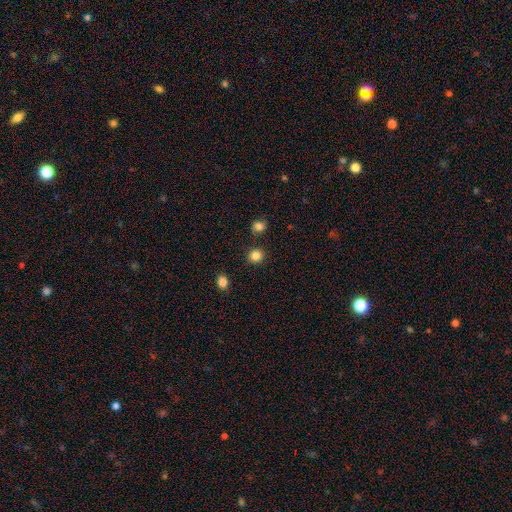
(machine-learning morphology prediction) smooth-or-featured: smooth: 84% | star or artifact: 12% | featured or disk: 4%
  how-rounded: round: 84% | in between: 15% | cigar-shaped: 1%
  merging: none: 87% | minor disturbance: 7% | merger: 4% | major disturbance: 2%